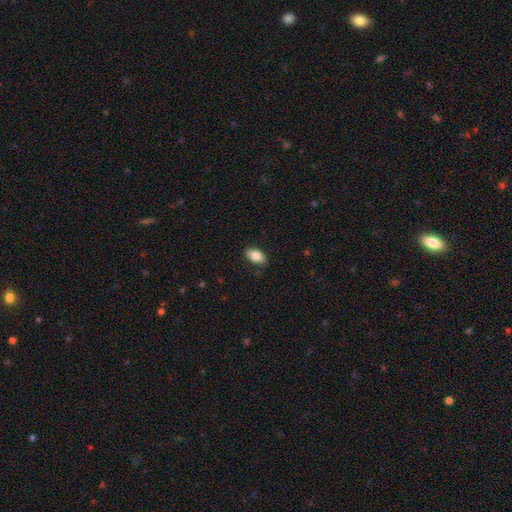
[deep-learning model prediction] Smooth or featured?
  - smooth: 80% *
  - featured or disk: 13%
  - star or artifact: 7%
How rounded?
  - in between: 91% *
  - round: 5%
  - cigar-shaped: 3%
Merging?
  - none: 85% *
  - minor disturbance: 11%
  - major disturbance: 2%
  - merger: 1%